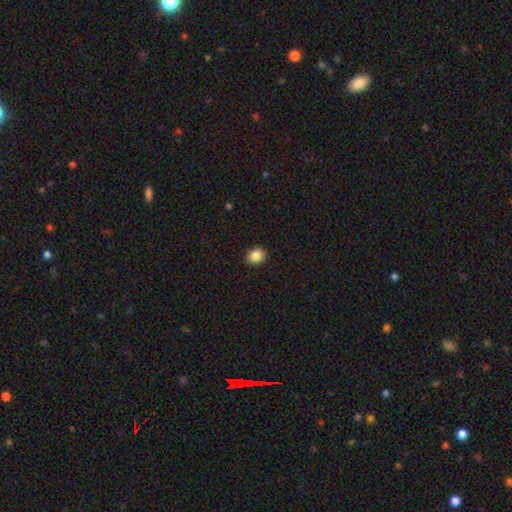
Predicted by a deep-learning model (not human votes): smooth_or_featured: smooth (p=0.85) [alt: star or artifact p=0.09]
how_rounded: round (p=0.51) [alt: in between p=0.48]
merging: none (p=0.91) [alt: minor disturbance p=0.06]